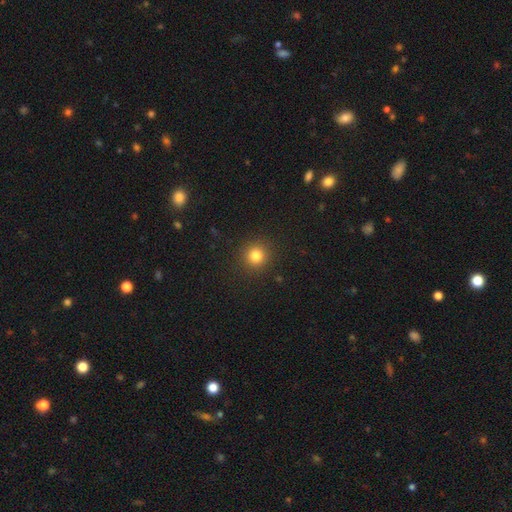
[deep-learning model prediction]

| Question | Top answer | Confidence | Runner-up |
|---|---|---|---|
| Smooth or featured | smooth | 81% | star or artifact (13%) |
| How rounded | round | 93% | in between (6%) |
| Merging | none | 91% | minor disturbance (6%) |